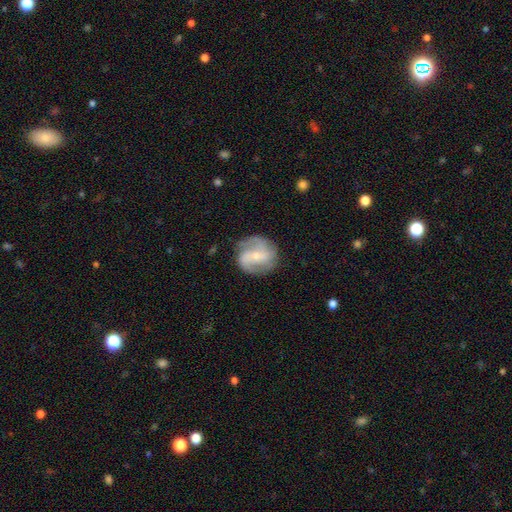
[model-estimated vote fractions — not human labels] featured or disk 79%, smooth 16%, star or artifact 6%. Down the decision tree: edge-on disk — no (97%); bar — weak (41%); spiral arms — yes (93%); spiral arm count — 2 (75%); spiral winding — medium (48%); bulge size — small (63%); merging — none (76%).